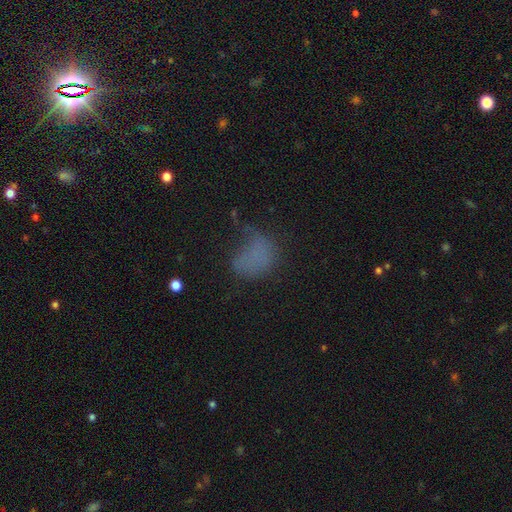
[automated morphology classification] A smooth galaxy with no disk features (61%) that is in between round and cigar-shaped (61%). Merging: none (36%, tied with major disturbance).